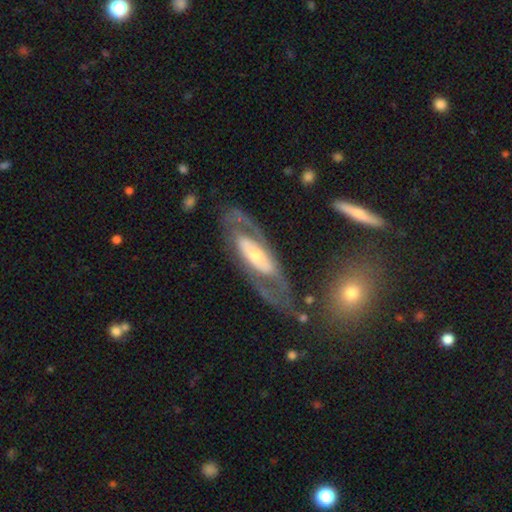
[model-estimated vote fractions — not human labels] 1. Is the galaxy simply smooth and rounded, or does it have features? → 79% featured or disk, 16% smooth, 5% star or artifact.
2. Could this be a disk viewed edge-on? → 86% no, 14% yes.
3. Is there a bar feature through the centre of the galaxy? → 53% no, 24% weak, 23% strong.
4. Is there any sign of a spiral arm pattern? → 68% yes, 32% no.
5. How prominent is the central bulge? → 46% moderate, 42% small, 9% large, 2% dominant, 2% none.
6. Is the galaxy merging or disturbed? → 64% none, 16% minor disturbance, 16% major disturbance, 4% merger.